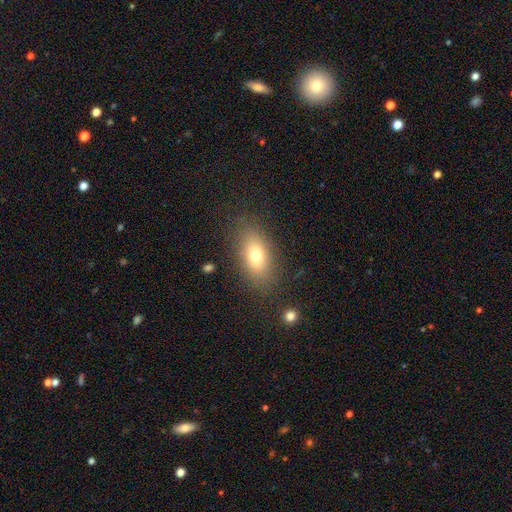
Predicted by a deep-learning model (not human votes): Smooth or featured?
  - smooth: 73% *
  - featured or disk: 17%
  - star or artifact: 10%
How rounded?
  - in between: 85% *
  - round: 9%
  - cigar-shaped: 6%
Merging?
  - none: 83% *
  - minor disturbance: 11%
  - major disturbance: 4%
  - merger: 2%